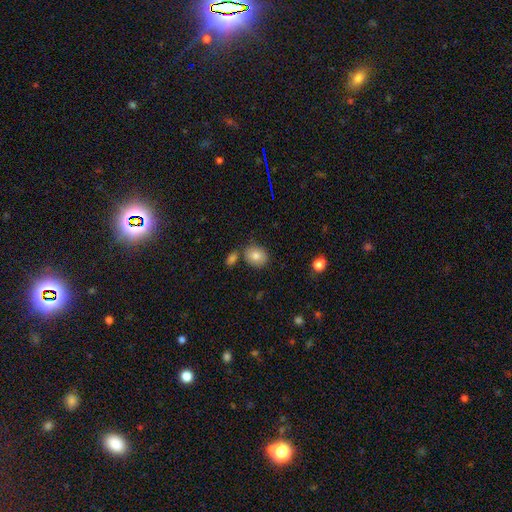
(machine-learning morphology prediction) type=smooth (82%); roundness=round (58%); merging=none (74%).